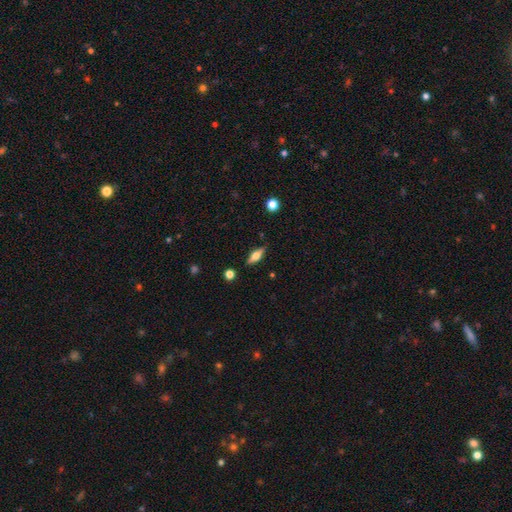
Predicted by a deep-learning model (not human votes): A smooth galaxy with no disk features (48%).

Vote fractions:
- Smooth or featured? smooth: 48% / featured or disk: 44% / star or artifact: 7%
- Merging? none: 85% / minor disturbance: 10% / major disturbance: 2% / merger: 2%